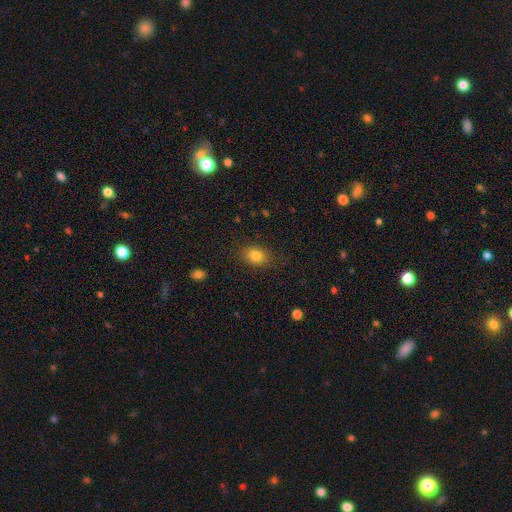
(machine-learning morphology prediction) smooth 82%, star or artifact 10%, featured or disk 8%. Down the decision tree: how rounded — in between (71%); merging — none (83%).